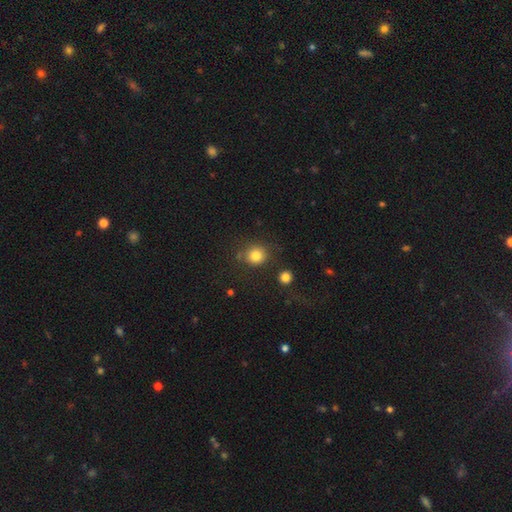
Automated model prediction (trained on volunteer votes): smooth-or-featured: smooth: 81% | star or artifact: 12% | featured or disk: 7%
  how-rounded: round: 85% | in between: 14% | cigar-shaped: 1%
  merging: none: 76% | minor disturbance: 12% | merger: 6% | major disturbance: 5%